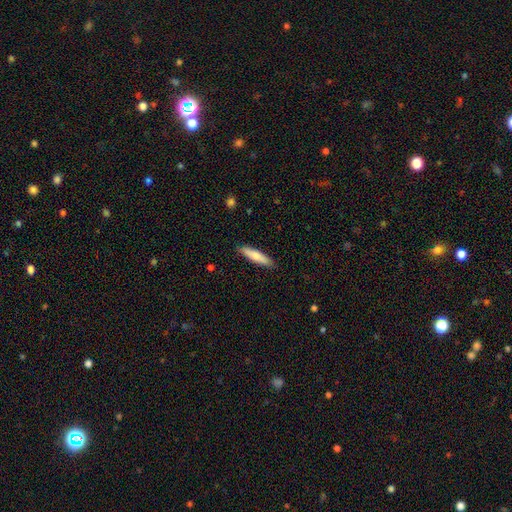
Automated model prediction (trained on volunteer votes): Overall: smooth (70%). How rounded: cigar-shaped (79%). Merging: none (88%).